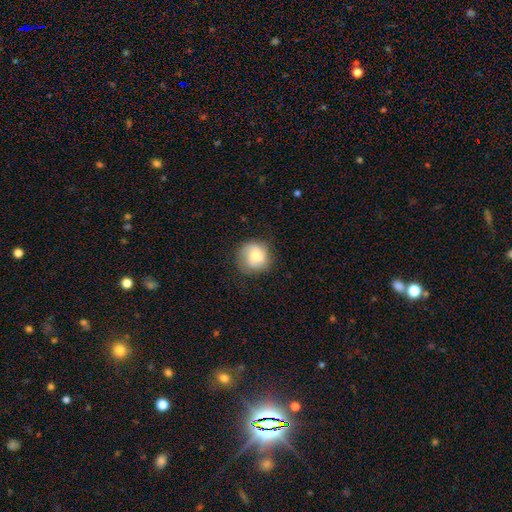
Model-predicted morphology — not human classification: smooth_or_featured: smooth (p=0.69) [alt: featured or disk p=0.23]
how_rounded: round (p=0.90) [alt: in between p=0.09]
merging: none (p=0.76) [alt: minor disturbance p=0.17]